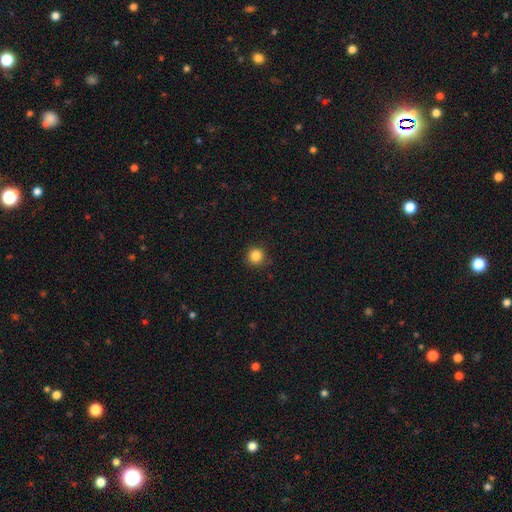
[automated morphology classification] Smooth or featured?
  - smooth: 85% *
  - star or artifact: 11%
  - featured or disk: 4%
How rounded?
  - round: 94% *
  - in between: 5%
  - cigar-shaped: 1%
Merging?
  - none: 90% *
  - minor disturbance: 7%
  - major disturbance: 2%
  - merger: 1%